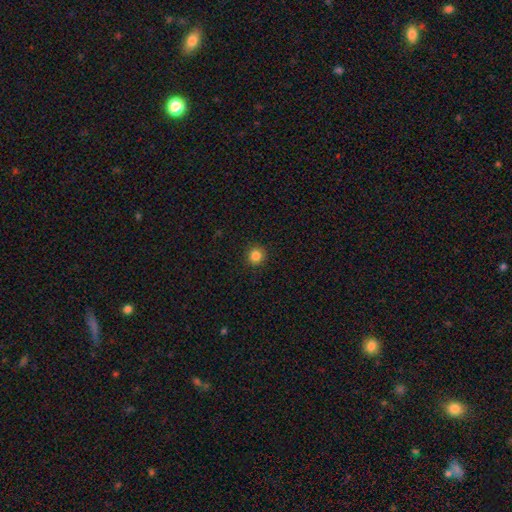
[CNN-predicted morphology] Smooth or featured?
  - smooth: 84% *
  - star or artifact: 12%
  - featured or disk: 4%
How rounded?
  - round: 93% *
  - in between: 6%
  - cigar-shaped: 1%
Merging?
  - none: 92% *
  - minor disturbance: 5%
  - major disturbance: 2%
  - merger: 1%